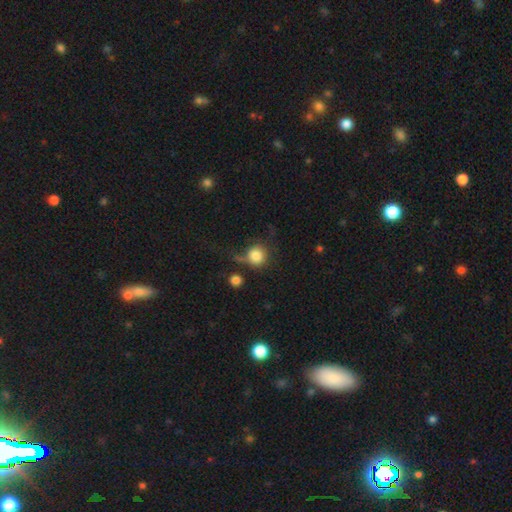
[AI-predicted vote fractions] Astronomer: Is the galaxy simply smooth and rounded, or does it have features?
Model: smooth — 84%.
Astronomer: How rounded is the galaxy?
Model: round — 89%.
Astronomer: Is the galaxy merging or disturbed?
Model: none — 60%.